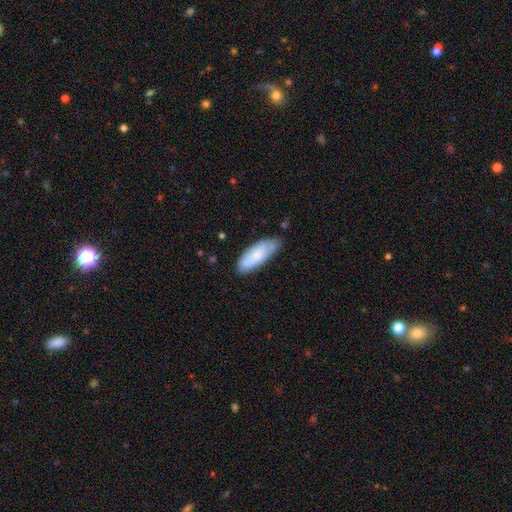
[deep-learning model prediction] smooth-or-featured: smooth: 75% | featured or disk: 19% | star or artifact: 6%
  how-rounded: in between: 67% | cigar-shaped: 32% | round: 2%
  merging: none: 69% | minor disturbance: 24% | major disturbance: 4% | merger: 3%